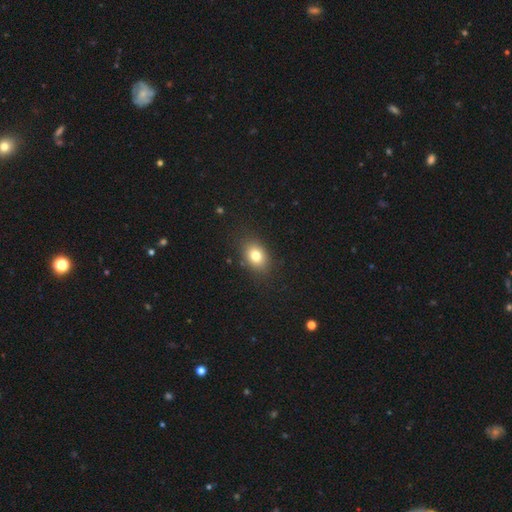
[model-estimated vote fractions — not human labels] A smooth galaxy with no disk features (79%) that is in between round and cigar-shaped (69%).

Vote fractions:
- Smooth or featured? smooth: 79% / star or artifact: 11% / featured or disk: 11%
- How rounded? in between: 69% / round: 30% / cigar-shaped: 1%
- Merging? none: 84% / minor disturbance: 11% / major disturbance: 3% / merger: 1%